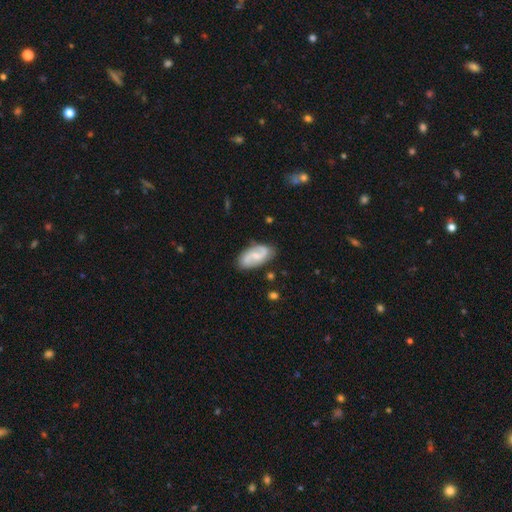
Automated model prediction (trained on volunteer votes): Smooth or featured?
  - featured or disk: 75% *
  - smooth: 20%
  - star or artifact: 5%
Edge-on disk?
  - no: 97% *
  - yes: 3%
Bar?
  - weak: 47% *
  - no: 41%
  - strong: 11%
Spiral arms?
  - yes: 95% *
  - no: 5%
Spiral winding?
  - medium: 47% *
  - loose: 32%
  - tight: 21%
Spiral arm count?
  - 2: 90% *
  - can't tell: 5%
  - 1: 2%
  - 3: 2%
  - 4: 1%
  - more than 4: 1%
Bulge size?
  - small: 51% *
  - moderate: 30%
  - none: 16%
  - large: 2%
  - dominant: 1%
Merging?
  - none: 81% *
  - minor disturbance: 14%
  - major disturbance: 3%
  - merger: 2%